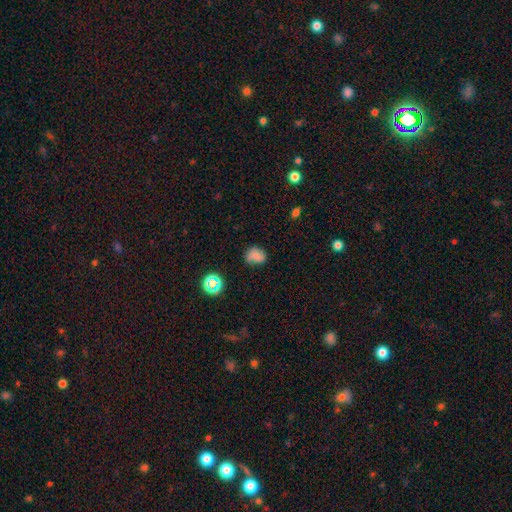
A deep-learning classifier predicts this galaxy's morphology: smooth_or_featured: smooth (p=0.71) [alt: star or artifact p=0.16]
how_rounded: round (p=0.54) [alt: in between p=0.45]
merging: none (p=0.57) [alt: minor disturbance p=0.30]